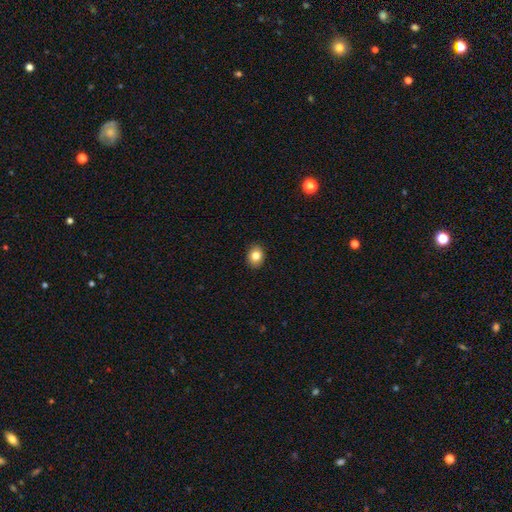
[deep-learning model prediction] smooth 83%, star or artifact 9%, featured or disk 8%. Down the decision tree: how rounded — in between (50%); merging — none (90%).